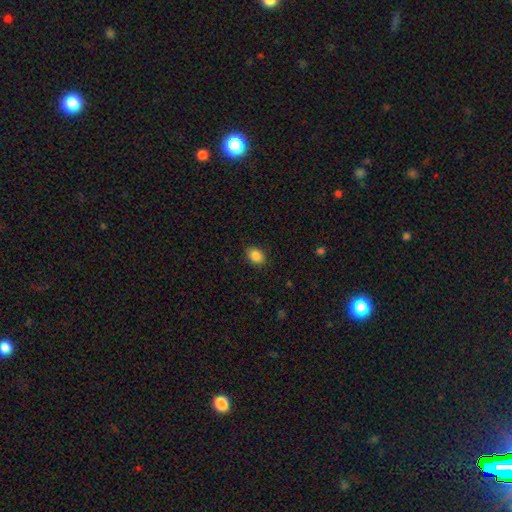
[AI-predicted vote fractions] Smooth or featured? smooth (87%)
How rounded? in between (57%)
Merging? none (89%)